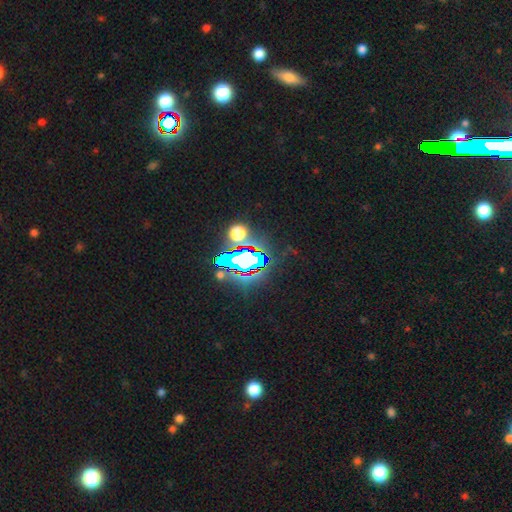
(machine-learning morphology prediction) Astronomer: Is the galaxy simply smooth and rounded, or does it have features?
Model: star or artifact — 81%.